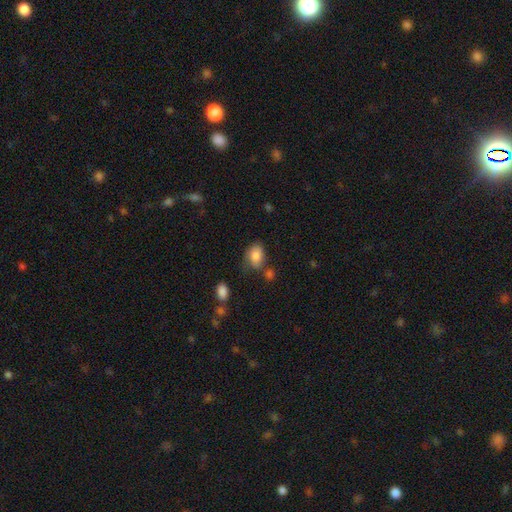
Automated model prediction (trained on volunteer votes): smooth-or-featured: smooth: 83% | featured or disk: 9% | star or artifact: 8%
  how-rounded: in between: 78% | round: 21% | cigar-shaped: 1%
  merging: none: 54% | minor disturbance: 27% | major disturbance: 9% | merger: 9%